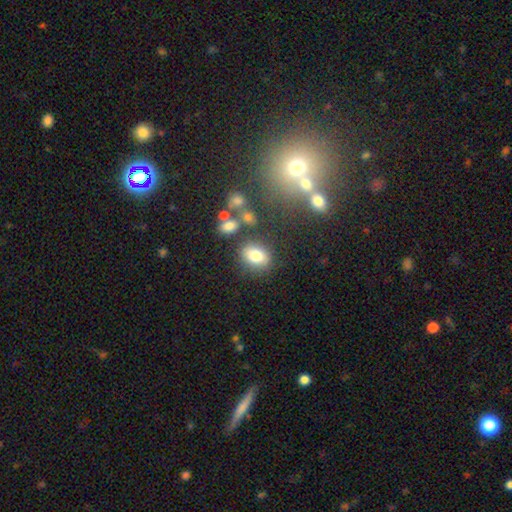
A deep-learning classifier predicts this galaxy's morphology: A smooth galaxy with no disk features (79%) that is in between round and cigar-shaped (67%).

Vote fractions:
- Smooth or featured? smooth: 79% / star or artifact: 11% / featured or disk: 10%
- How rounded? in between: 67% / round: 32% / cigar-shaped: 2%
- Merging? none: 75% / minor disturbance: 13% / merger: 8% / major disturbance: 5%